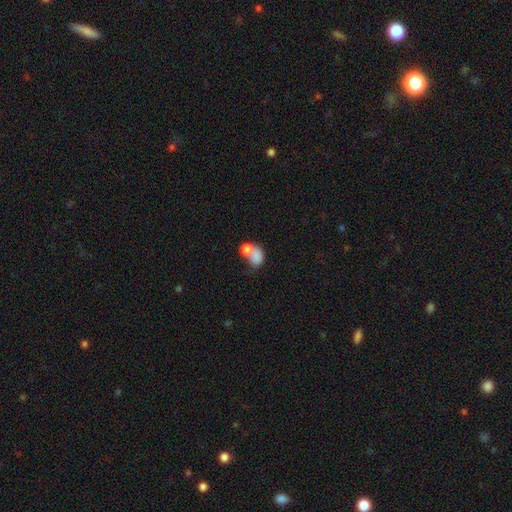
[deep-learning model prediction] Q: Smooth or featured?
A: smooth (76%); runner-up: featured or disk (14%)
Q: How rounded?
A: in between (62%); runner-up: round (37%)
Q: Merging?
A: merger (53%); runner-up: none (24%)